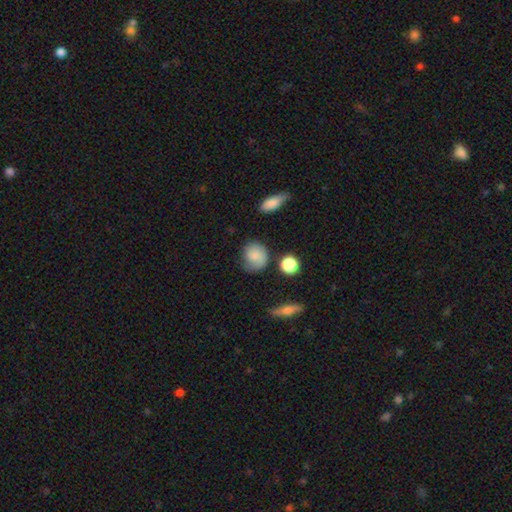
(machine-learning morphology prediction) Q: Smooth or featured?
A: smooth (73%); runner-up: featured or disk (18%)
Q: How rounded?
A: round (69%); runner-up: in between (30%)
Q: Merging?
A: none (63%); runner-up: minor disturbance (26%)